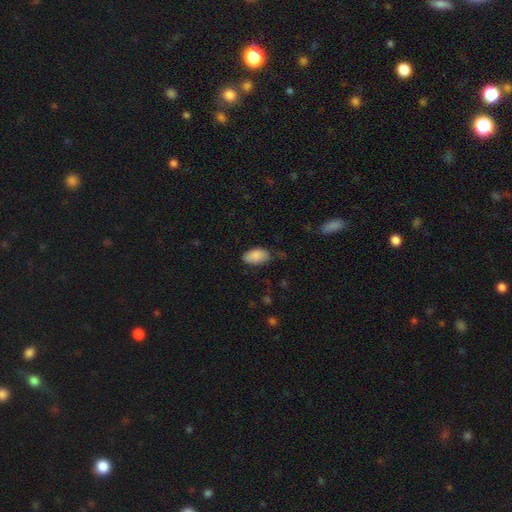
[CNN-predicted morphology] smooth-or-featured: smooth: 87% | star or artifact: 7% | featured or disk: 6%
  how-rounded: in between: 95% | round: 3% | cigar-shaped: 2%
  merging: none: 76% | minor disturbance: 19% | major disturbance: 4% | merger: 1%